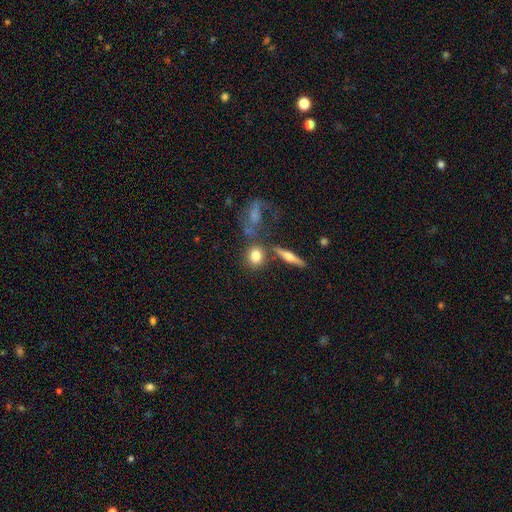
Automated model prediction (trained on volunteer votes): Smooth or featured?
  - smooth: 76% *
  - featured or disk: 15%
  - star or artifact: 9%
How rounded?
  - round: 67% *
  - in between: 28%
  - cigar-shaped: 5%
Merging?
  - none: 66% *
  - merger: 16%
  - minor disturbance: 12%
  - major disturbance: 6%